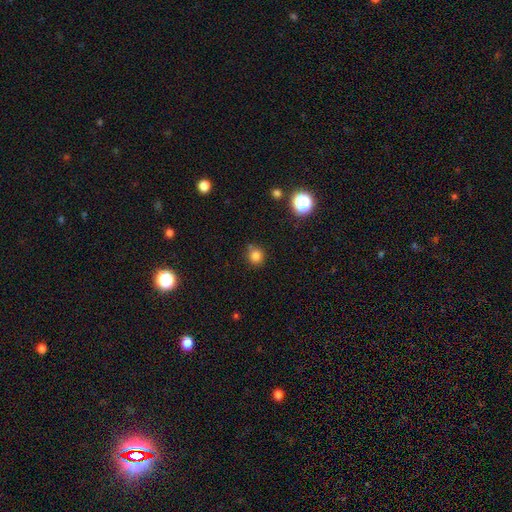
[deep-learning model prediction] Smooth or featured: smooth — 81% (star or artifact — 14%)
How rounded: round — 88% (in between — 11%)
Merging: none — 75% (minor disturbance — 17%)